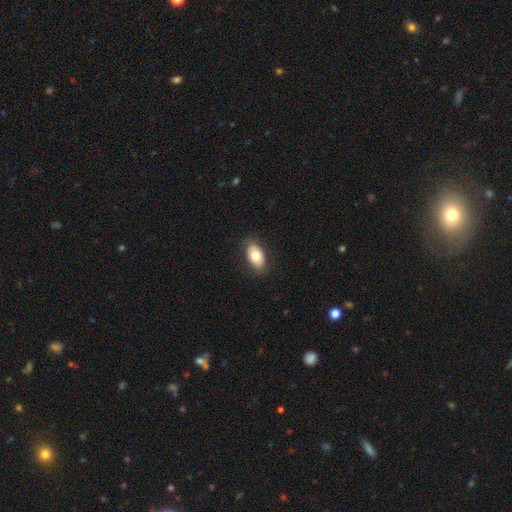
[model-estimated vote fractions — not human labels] Smooth or featured?
  - smooth: 77% *
  - featured or disk: 17%
  - star or artifact: 7%
How rounded?
  - in between: 91% *
  - round: 7%
  - cigar-shaped: 2%
Merging?
  - none: 86% *
  - minor disturbance: 11%
  - major disturbance: 3%
  - merger: 1%